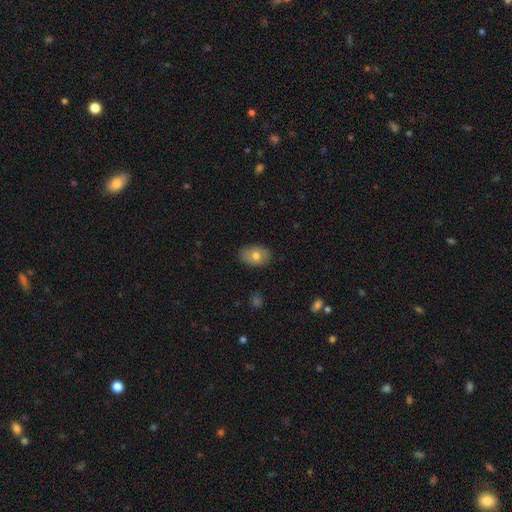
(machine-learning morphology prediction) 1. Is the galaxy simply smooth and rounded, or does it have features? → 75% smooth, 18% featured or disk, 7% star or artifact.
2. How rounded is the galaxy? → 85% in between, 14% round, 1% cigar-shaped.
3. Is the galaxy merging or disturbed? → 86% none, 11% minor disturbance, 2% major disturbance, 1% merger.